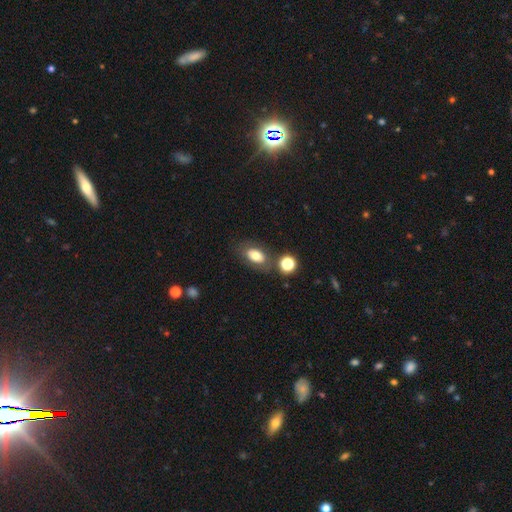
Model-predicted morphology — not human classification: Overall: smooth (72%). How rounded: in between (87%). Merging: none (69%).